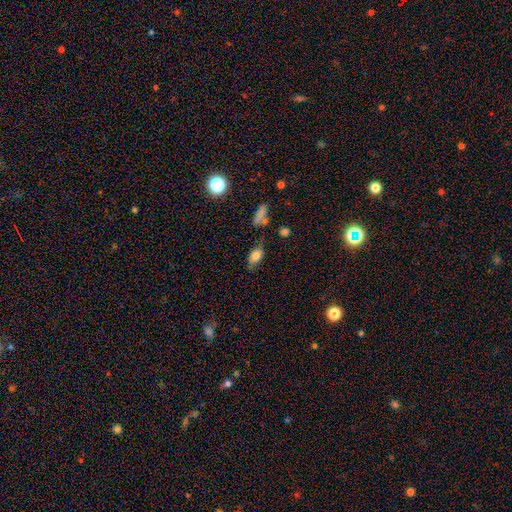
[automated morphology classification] Smooth or featured?
  - smooth: 70% *
  - featured or disk: 20%
  - star or artifact: 10%
How rounded?
  - in between: 85% *
  - cigar-shaped: 8%
  - round: 7%
Merging?
  - none: 62% *
  - minor disturbance: 24%
  - major disturbance: 9%
  - merger: 5%